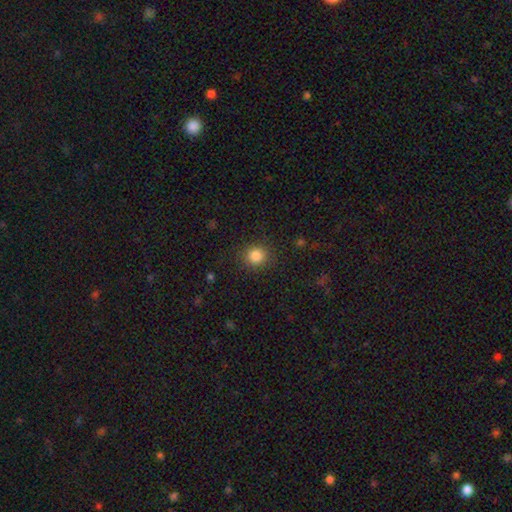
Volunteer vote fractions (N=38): A smooth galaxy with no disk features (95%) that is round (89%). Merging: none (86%).